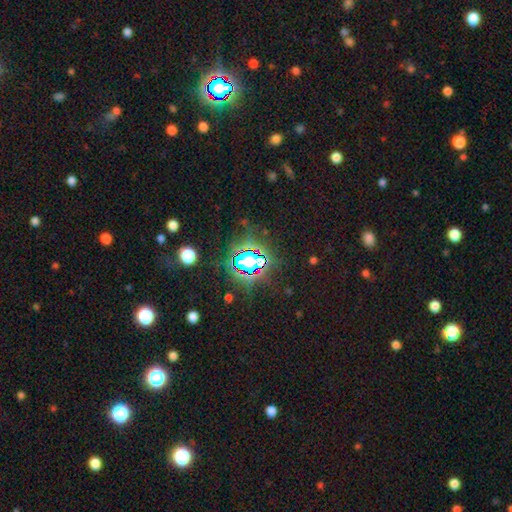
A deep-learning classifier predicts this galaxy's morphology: Overall: star or artifact (77%).